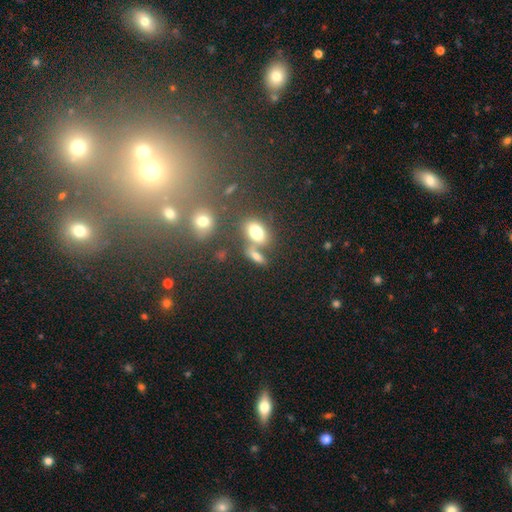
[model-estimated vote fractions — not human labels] This is likely a smooth galaxy (69%). How rounded: likely in between (71%). Merging: possibly none (49%).